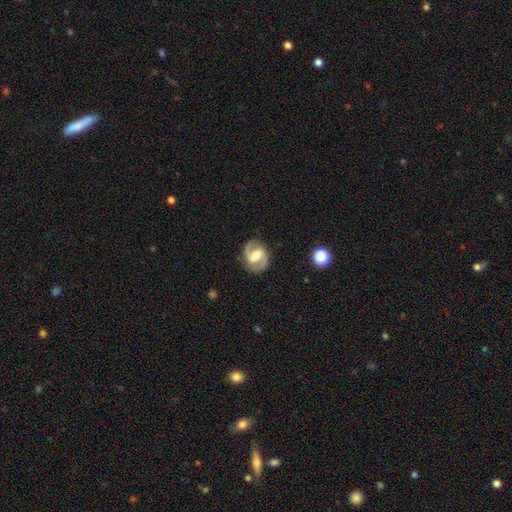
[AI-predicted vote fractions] Morphology: type=featured or disk (84%); edge-on=no (98%); bar=weak (45%); spiral arms=yes (95%); winding=medium (56%); arm count=2 (92%); bulge=moderate (49%); merging=none (84%).